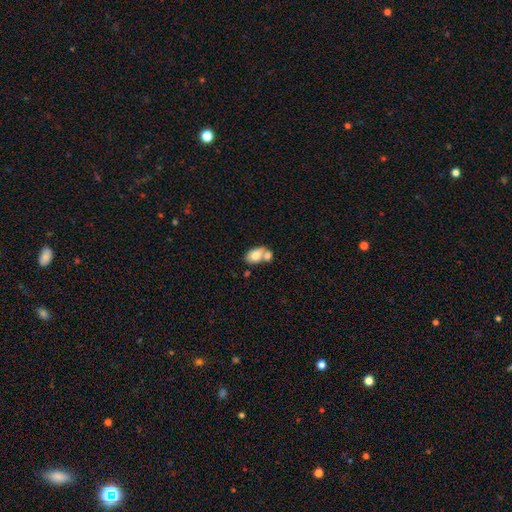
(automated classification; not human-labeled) Smooth or featured? Predicted: smooth (p=0.73). How rounded? Predicted: in between (p=0.86). Merging? Predicted: merger (p=0.59).